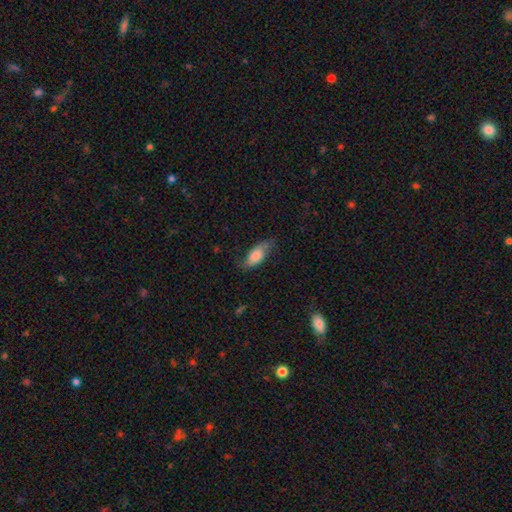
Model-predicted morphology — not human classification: A smooth galaxy with no disk features (65%) that is in between round and cigar-shaped (83%). Merging: none (60%).